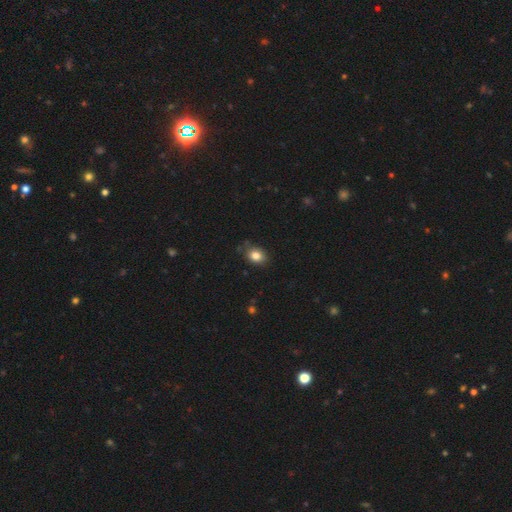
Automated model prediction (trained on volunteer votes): Smooth or featured? smooth (84%)
How rounded? in between (65%)
Merging? none (78%)